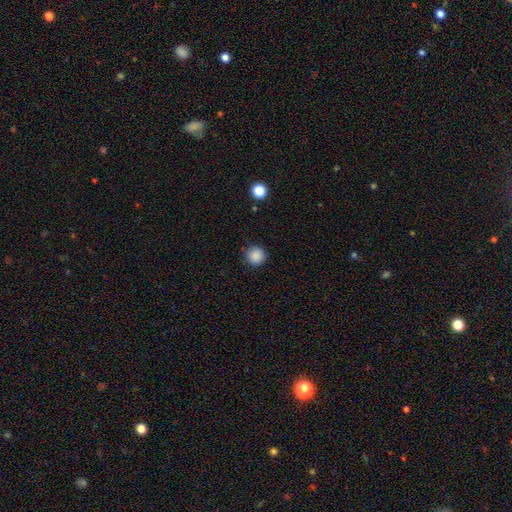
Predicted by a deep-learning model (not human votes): This appears to be a smooth galaxy with no disk features (88%) that is round (95%). Merging: none (89%).